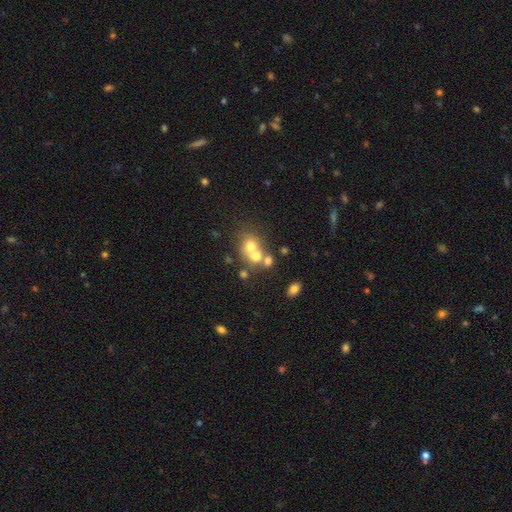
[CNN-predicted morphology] A smooth galaxy with no disk features (64%) that is round (72%).

Vote fractions:
- Smooth or featured? smooth: 64% / featured or disk: 22% / star or artifact: 14%
- How rounded? round: 72% / in between: 27% / cigar-shaped: 1%
- Merging? merger: 57% / none: 32% / minor disturbance: 7% / major disturbance: 4%